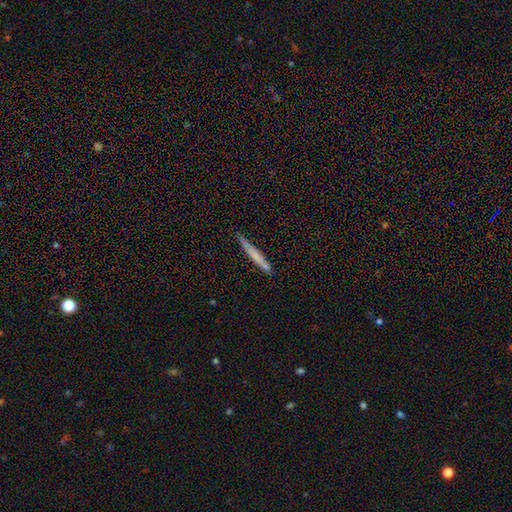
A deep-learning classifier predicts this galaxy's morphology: Smooth or featured? smooth (62%)
How rounded? cigar-shaped (96%)
Merging? none (87%)